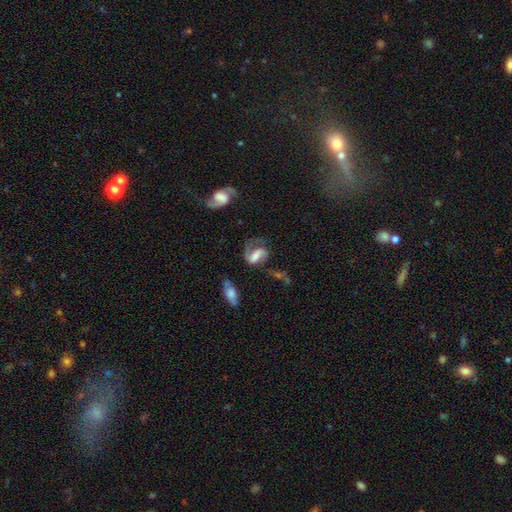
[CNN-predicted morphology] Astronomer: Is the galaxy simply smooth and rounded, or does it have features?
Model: featured or disk — 63%.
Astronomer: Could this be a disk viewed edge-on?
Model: no — 96%.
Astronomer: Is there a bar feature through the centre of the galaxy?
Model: weak — 40% (runner-up: strong, 30%).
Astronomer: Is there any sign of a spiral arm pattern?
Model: yes — 86%.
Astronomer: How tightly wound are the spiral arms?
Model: medium — 45% (runner-up: loose, 33%).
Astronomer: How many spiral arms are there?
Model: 2 — 58%.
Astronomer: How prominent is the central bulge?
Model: moderate — 28% (runner-up: large, 25%).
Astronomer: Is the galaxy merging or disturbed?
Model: none — 44% (runner-up: major disturbance, 30%).